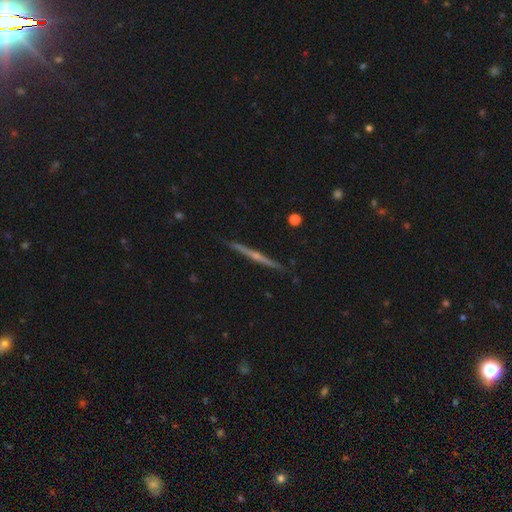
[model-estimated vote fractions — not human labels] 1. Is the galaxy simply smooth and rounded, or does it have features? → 78% featured or disk, 16% smooth, 6% star or artifact.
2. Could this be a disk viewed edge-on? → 98% yes, 2% no.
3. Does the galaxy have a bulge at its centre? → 72% rounded, 23% none, 5% boxy.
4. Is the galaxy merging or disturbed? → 90% none, 7% minor disturbance, 1% major disturbance, 1% merger.